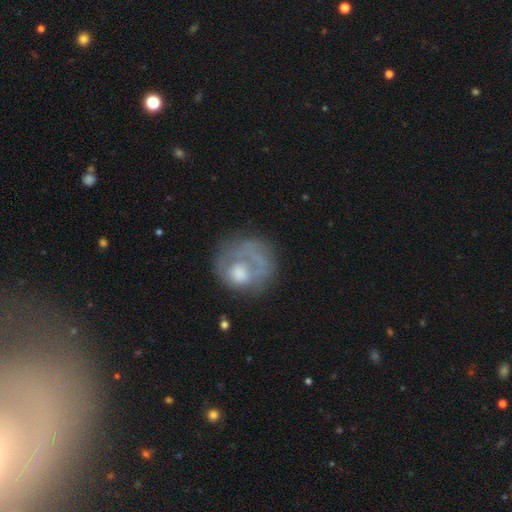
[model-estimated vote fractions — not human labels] smooth-or-featured: featured or disk: 48% | smooth: 42% | star or artifact: 10%
  merging: none: 48% | major disturbance: 28% | minor disturbance: 20% | merger: 4%